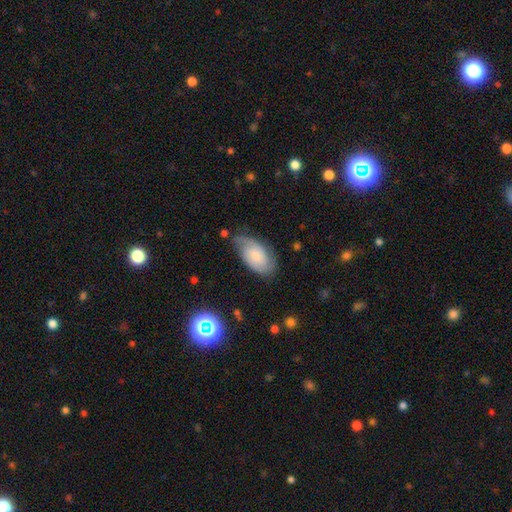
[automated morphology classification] The model was most divided on "smooth or featured": featured or disk: 48%, smooth: 45%, star or artifact: 7%. More confident: merging — none (63%).